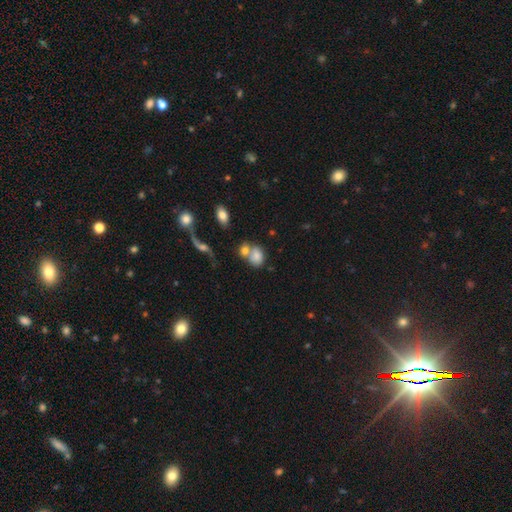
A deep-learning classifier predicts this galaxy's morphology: type=smooth (73%); roundness=in between (66%); merging=merger (43%).